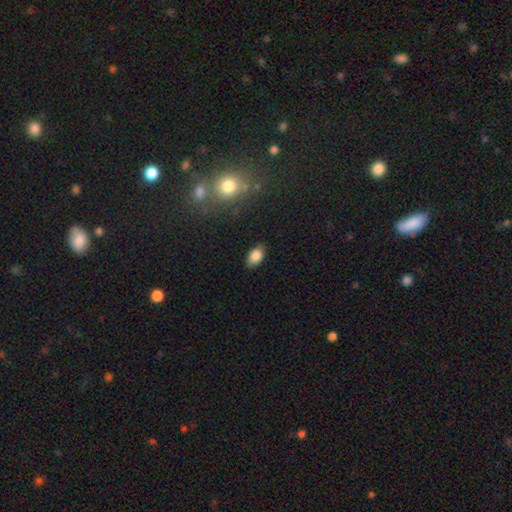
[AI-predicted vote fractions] smooth_or_featured: smooth (p=0.85) [alt: star or artifact p=0.08]
how_rounded: in between (p=0.90) [alt: round p=0.07]
merging: none (p=0.84) [alt: minor disturbance p=0.12]